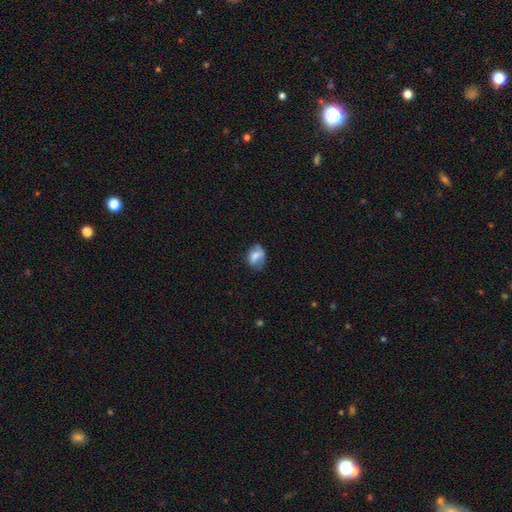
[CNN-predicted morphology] Overall: smooth (66%). How rounded: in between (64%; round 34%). Merging: none (49%; minor disturbance 33%).